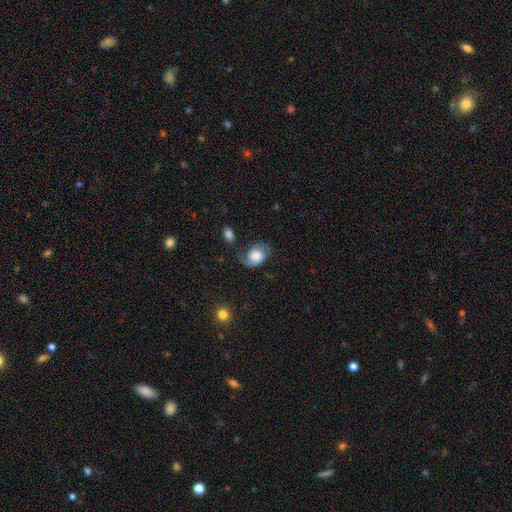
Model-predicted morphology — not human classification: Smooth or featured?
  - featured or disk: 54% *
  - smooth: 38%
  - star or artifact: 8%
Edge-on disk?
  - no: 97% *
  - yes: 3%
Bar?
  - no: 71% *
  - weak: 24%
  - strong: 4%
Spiral arms?
  - yes: 87% *
  - no: 13%
Bulge size?
  - large: 40% *
  - moderate: 38%
  - small: 10%
  - dominant: 7%
  - none: 4%
Merging?
  - none: 47% *
  - minor disturbance: 27%
  - major disturbance: 22%
  - merger: 4%